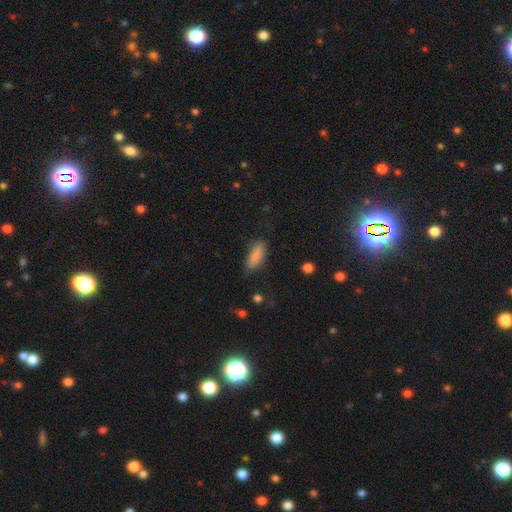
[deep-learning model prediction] smooth_or_featured: smooth (p=0.87) [alt: star or artifact p=0.07]
how_rounded: in between (p=0.70) [alt: cigar-shaped p=0.28]
merging: none (p=0.77) [alt: minor disturbance p=0.17]